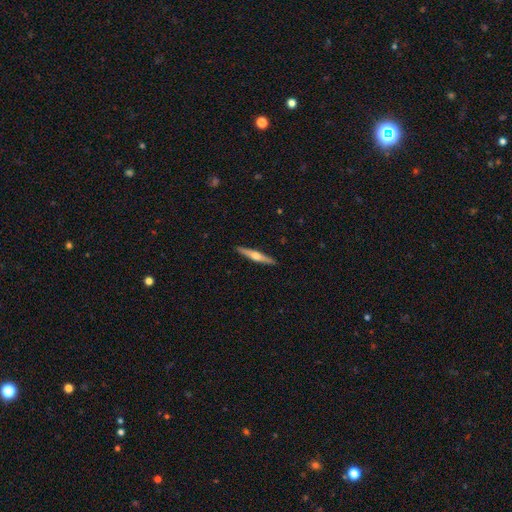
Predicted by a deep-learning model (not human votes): smooth_or_featured: featured or disk (p=0.60) [alt: smooth p=0.35]
disk_edge_on: yes (p=0.97) [alt: no p=0.03]
edge_on_bulge: rounded (p=0.90) [alt: none p=0.06]
merging: none (p=0.92) [alt: minor disturbance p=0.06]